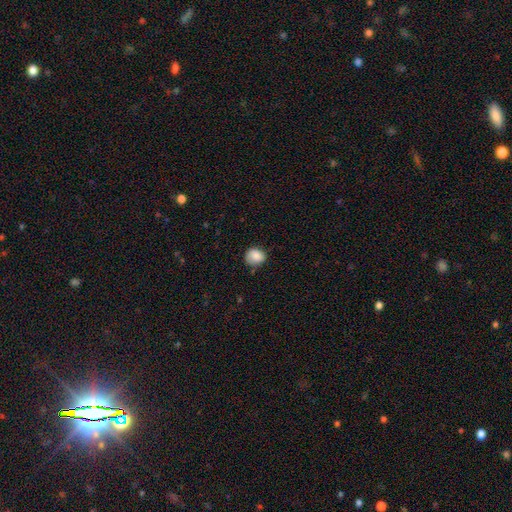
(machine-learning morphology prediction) Smooth or featured? smooth (84%)
How rounded? round (74%)
Merging? none (71%)